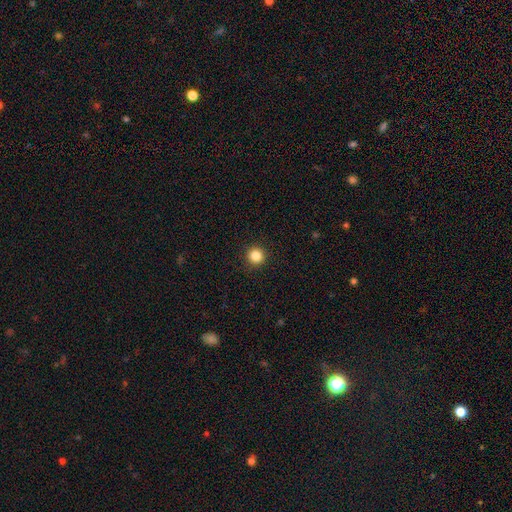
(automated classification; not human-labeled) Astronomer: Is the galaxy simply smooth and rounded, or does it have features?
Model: smooth — 85%.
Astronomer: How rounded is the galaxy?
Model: round — 95%.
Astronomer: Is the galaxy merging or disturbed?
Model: none — 93%.